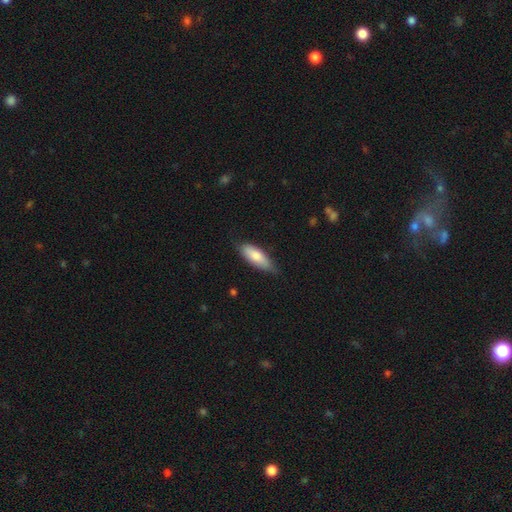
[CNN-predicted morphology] smooth 78%, featured or disk 16%, star or artifact 5%. Down the decision tree: how rounded — in between (68%); merging — none (72%).